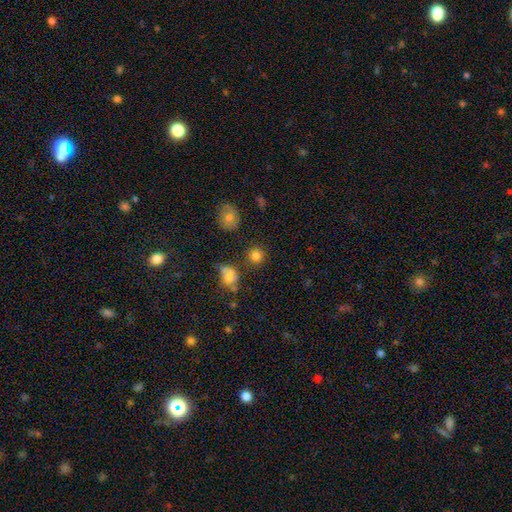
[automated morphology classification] This appears to be a smooth galaxy with no disk features (81%) that is round (87%). Merging: none (77%).